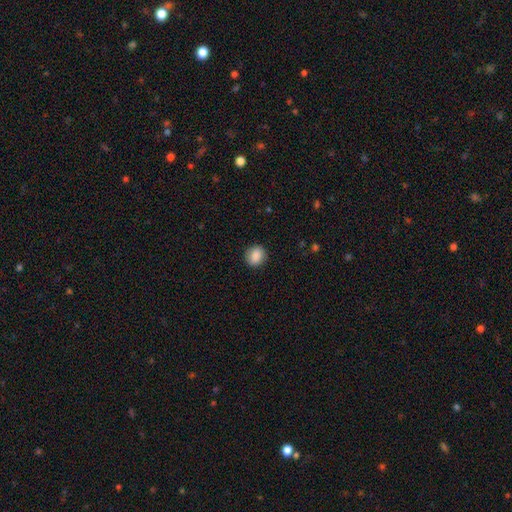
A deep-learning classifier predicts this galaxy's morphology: Q: Smooth or featured?
A: smooth (87%); runner-up: star or artifact (8%)
Q: How rounded?
A: round (74%); runner-up: in between (25%)
Q: Merging?
A: none (88%); runner-up: minor disturbance (8%)